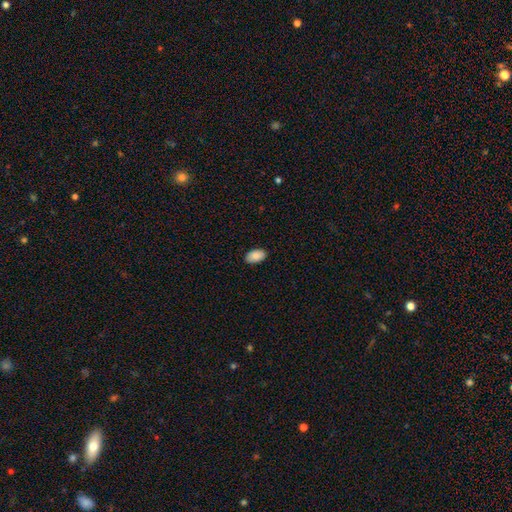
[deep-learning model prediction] Smooth or featured: smooth — 89% (star or artifact — 6%)
How rounded: in between — 94% (round — 4%)
Merging: none — 88% (minor disturbance — 9%)